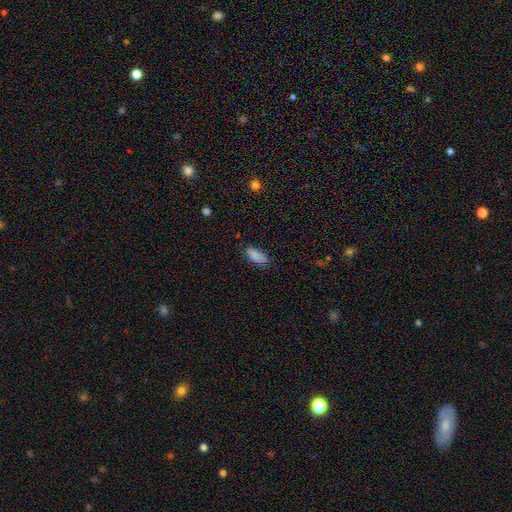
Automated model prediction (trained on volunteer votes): Q: Smooth or featured?
A: smooth (86%); runner-up: star or artifact (8%)
Q: How rounded?
A: in between (89%); runner-up: cigar-shaped (9%)
Q: Merging?
A: none (77%); runner-up: minor disturbance (18%)